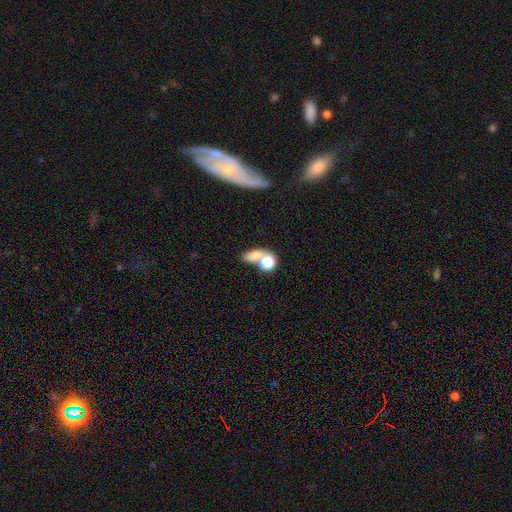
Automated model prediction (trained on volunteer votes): Smooth or featured?
  - smooth: 69% *
  - featured or disk: 16%
  - star or artifact: 15%
How rounded?
  - in between: 64% *
  - round: 28%
  - cigar-shaped: 8%
Merging?
  - merger: 46% *
  - none: 35%
  - minor disturbance: 10%
  - major disturbance: 8%